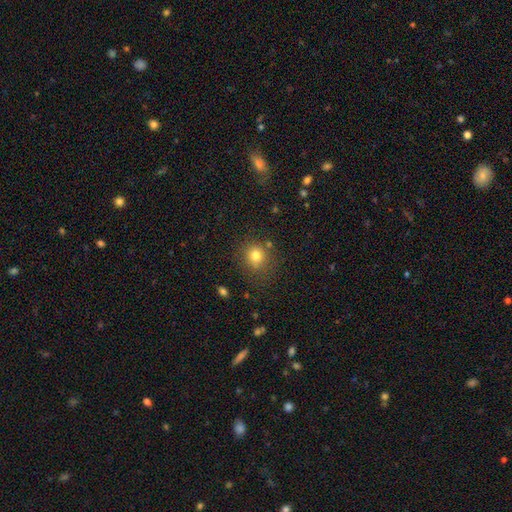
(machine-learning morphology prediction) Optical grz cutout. It shows a smooth galaxy with no disk features (78%) that is round (84%). Merging: none (76%).